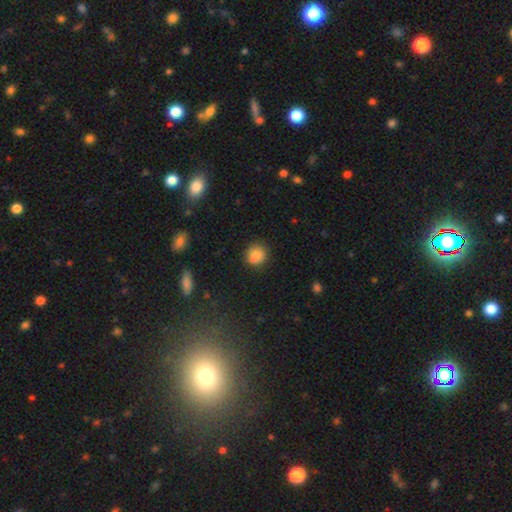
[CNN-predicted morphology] Q: Smooth or featured?
A: smooth (80%); runner-up: star or artifact (11%)
Q: How rounded?
A: round (81%); runner-up: in between (18%)
Q: Merging?
A: none (67%); runner-up: minor disturbance (15%)